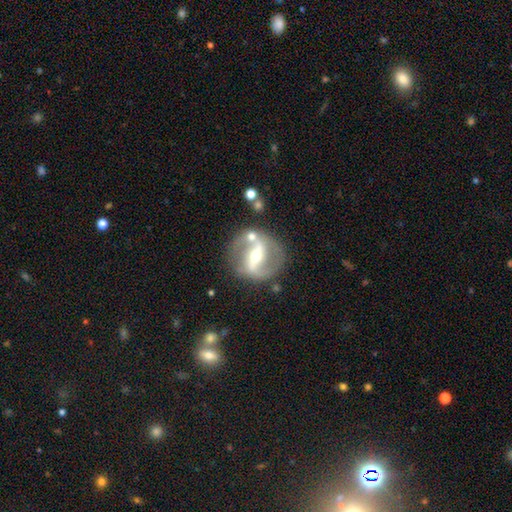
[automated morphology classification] The model was most divided on "spiral winding": medium: 44%, loose: 30%, tight: 26%. More confident: edge-on disk — no (93%); spiral arm count — 2 (86%); smooth or featured — featured or disk (83%); merging — none (77%); spiral arms — yes (74%); bar — strong (67%); bulge size — moderate (58%).